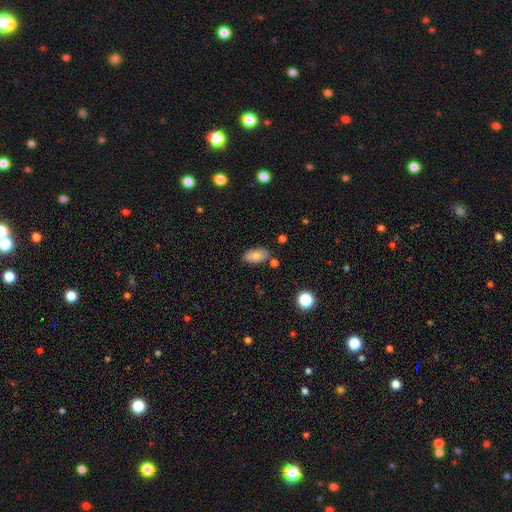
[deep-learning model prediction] A smooth galaxy with no disk features (83%) that is in between round and cigar-shaped (93%).

Vote fractions:
- Smooth or featured? smooth: 83% / star or artifact: 8% / featured or disk: 8%
- How rounded? in between: 93% / round: 4% / cigar-shaped: 3%
- Merging? none: 81% / minor disturbance: 12% / merger: 4% / major disturbance: 3%